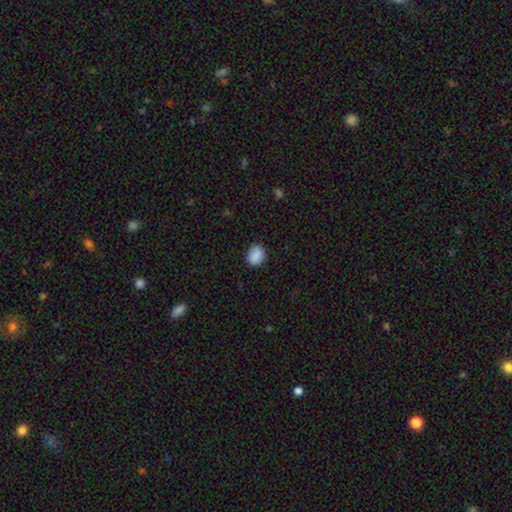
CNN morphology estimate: smooth-or-featured: smooth: 87% | star or artifact: 8% | featured or disk: 5%
  how-rounded: round: 56% | in between: 43% | cigar-shaped: 1%
  merging: none: 82% | minor disturbance: 13% | major disturbance: 3% | merger: 1%